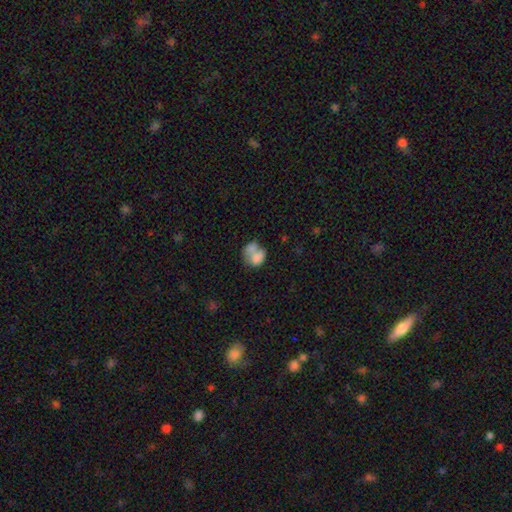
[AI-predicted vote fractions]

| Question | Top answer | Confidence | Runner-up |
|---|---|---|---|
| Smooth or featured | smooth | 68% | featured or disk (23%) |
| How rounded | in between | 54% | round (44%) |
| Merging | merger | 52% | none (22%) |